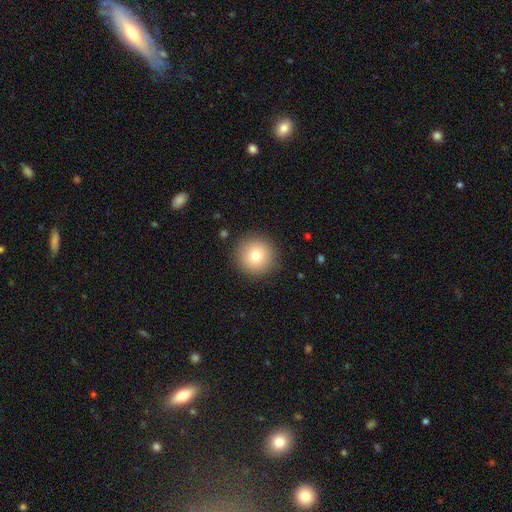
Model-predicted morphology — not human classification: Smooth or featured? Predicted: smooth (p=0.77). How rounded? Predicted: round (p=0.96). Merging? Predicted: none (p=0.90).